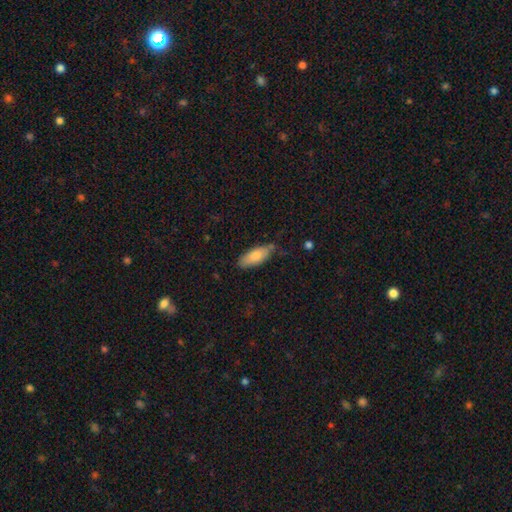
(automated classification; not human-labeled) Smooth or featured? Predicted: smooth (p=0.79). How rounded? Predicted: in between (p=0.79). Merging? Predicted: none (p=0.68).